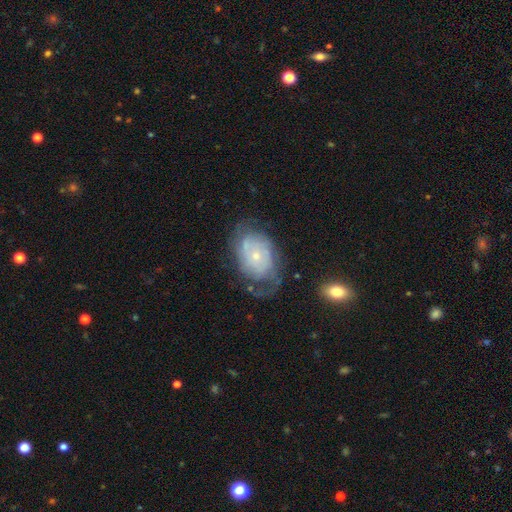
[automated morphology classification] Smooth or featured: featured or disk — 71% (smooth — 22%)
Edge-on disk: no — 96% (yes — 4%)
Bar: no — 81% (weak — 17%)
Spiral arms: yes — 81% (no — 19%)
Spiral winding: tight — 56% (medium — 30%)
Spiral arm count: can't tell — 47% (2 — 28%)
Bulge size: small — 71% (moderate — 24%)
Merging: none — 49% (minor disturbance — 26%)